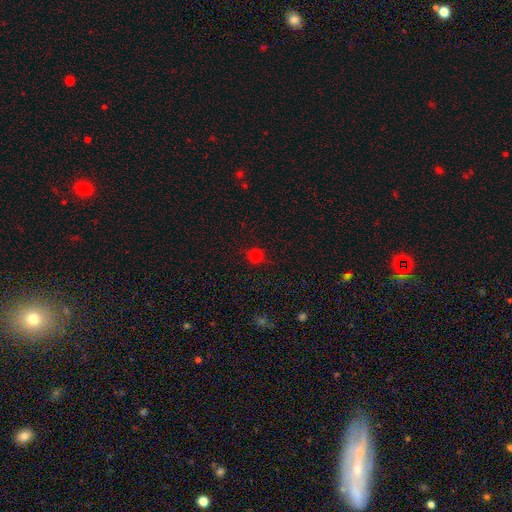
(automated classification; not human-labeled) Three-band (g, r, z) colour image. It shows a smooth galaxy with no disk features (76%) that is round (92%). Merging: none (87%).